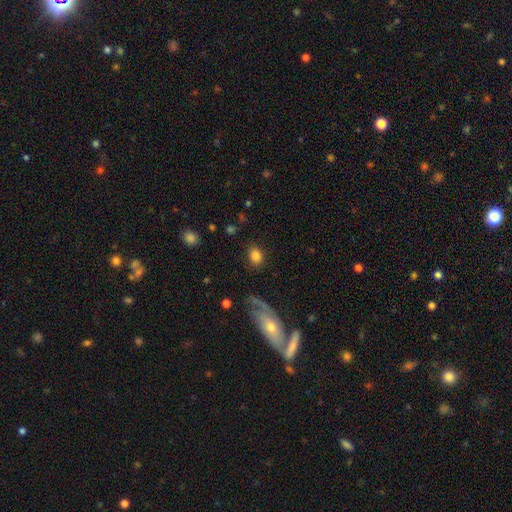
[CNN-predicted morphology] smooth-or-featured: smooth: 82% | star or artifact: 9% | featured or disk: 9%
  how-rounded: in between: 50% | round: 49% | cigar-shaped: 1%
  merging: none: 82% | minor disturbance: 11% | major disturbance: 5% | merger: 3%